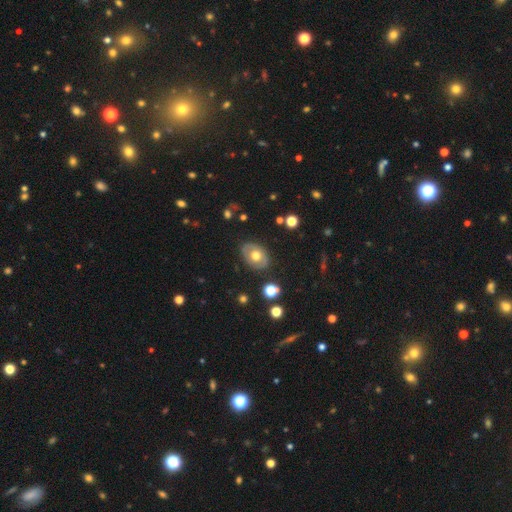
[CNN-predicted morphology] Smooth or featured? smooth (54%)
How rounded? in between (68%)
Merging? none (82%)